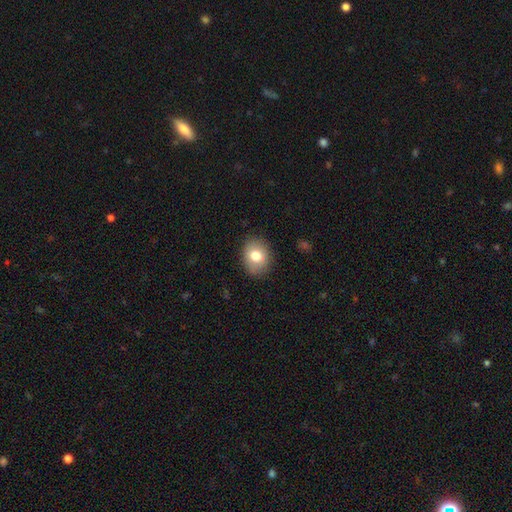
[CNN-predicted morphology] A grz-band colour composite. It shows a smooth galaxy with no disk features (77%) that is in between round and cigar-shaped (57%). Merging: none (86%).